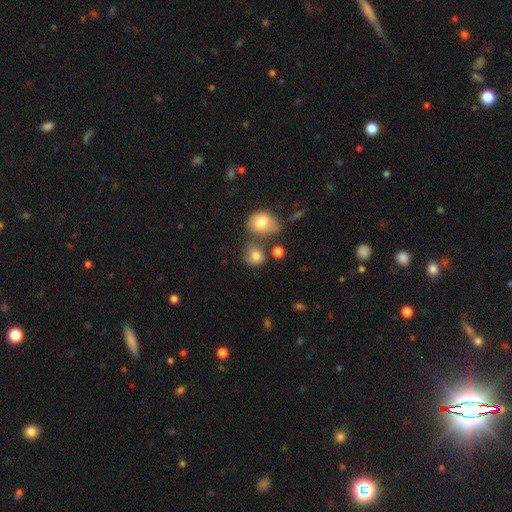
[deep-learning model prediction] Smooth or featured?
  - smooth: 80% *
  - star or artifact: 10%
  - featured or disk: 10%
How rounded?
  - round: 67% *
  - in between: 32%
  - cigar-shaped: 1%
Merging?
  - none: 45% *
  - merger: 27%
  - minor disturbance: 19%
  - major disturbance: 9%